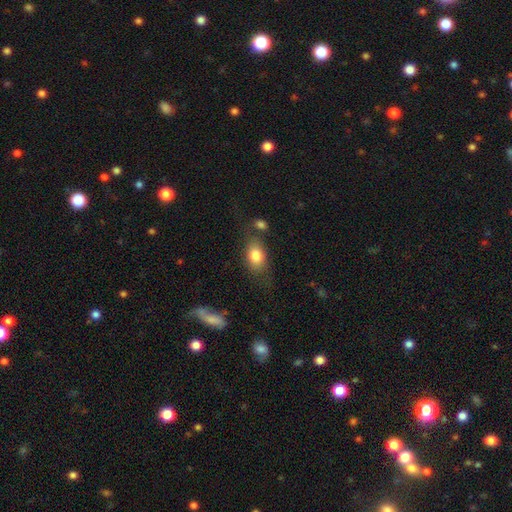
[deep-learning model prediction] smooth_or_featured: smooth (p=0.80) [alt: featured or disk p=0.12]
how_rounded: in between (p=0.82) [alt: round p=0.16]
merging: none (p=0.65) [alt: minor disturbance p=0.19]